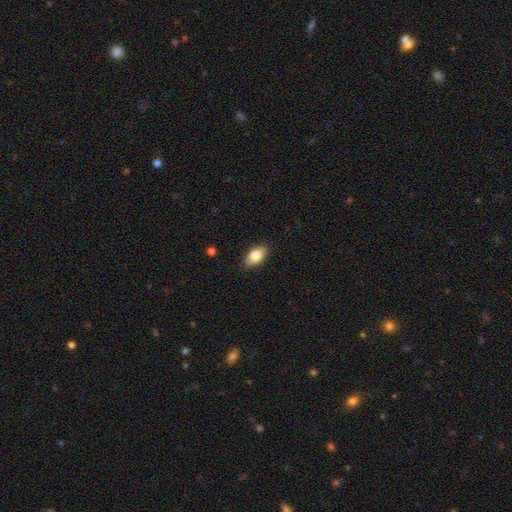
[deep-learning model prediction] Q: Smooth or featured?
A: smooth (78%); runner-up: featured or disk (15%)
Q: How rounded?
A: in between (91%); runner-up: cigar-shaped (5%)
Q: Merging?
A: none (88%); runner-up: minor disturbance (9%)